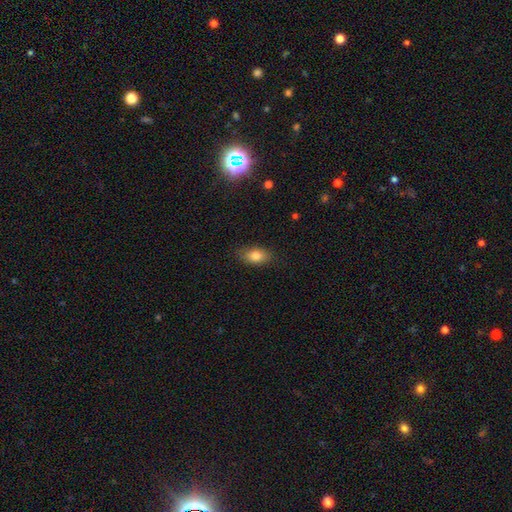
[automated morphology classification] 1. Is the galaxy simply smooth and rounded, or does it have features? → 80% smooth, 11% featured or disk, 9% star or artifact.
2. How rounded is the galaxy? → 86% in between, 10% round, 4% cigar-shaped.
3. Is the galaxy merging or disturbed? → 84% none, 12% minor disturbance, 3% major disturbance, 1% merger.